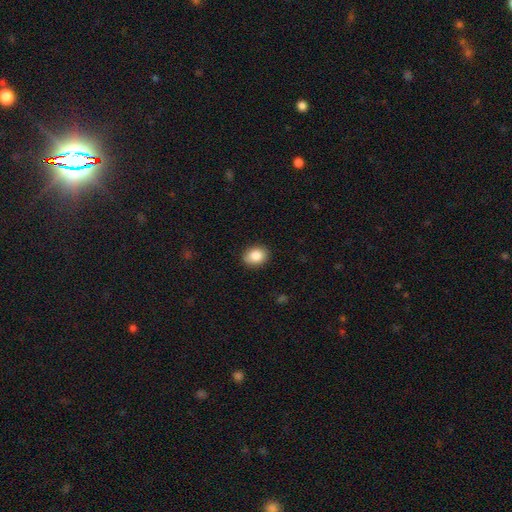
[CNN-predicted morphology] smooth 86%, star or artifact 8%, featured or disk 6%. Down the decision tree: how rounded — in between (59%); merging — none (87%).